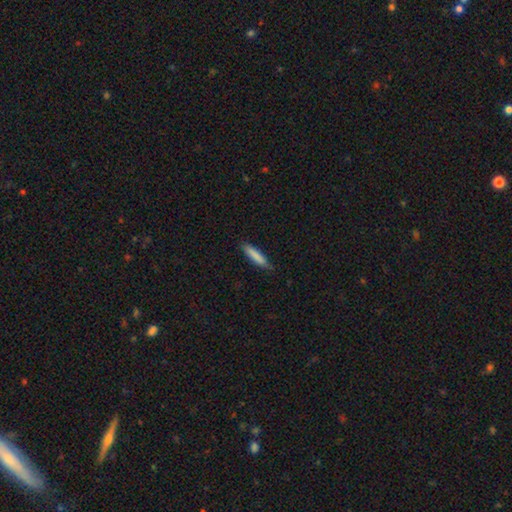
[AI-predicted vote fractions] smooth_or_featured: smooth (p=0.84) [alt: featured or disk p=0.10]
how_rounded: cigar-shaped (p=0.83) [alt: in between p=0.16]
merging: none (p=0.81) [alt: minor disturbance p=0.15]